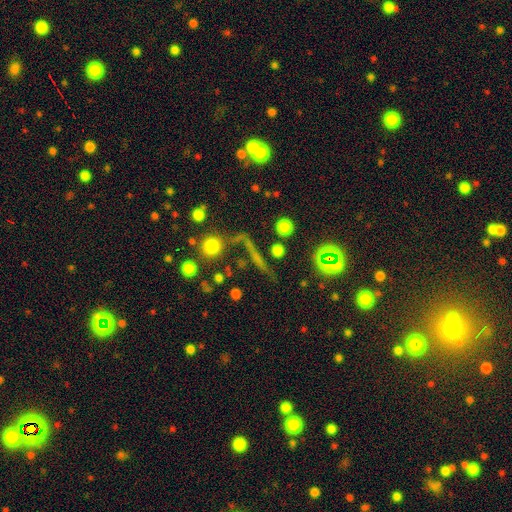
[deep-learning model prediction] Morphology: type=featured or disk (38%); merging=none (69%).